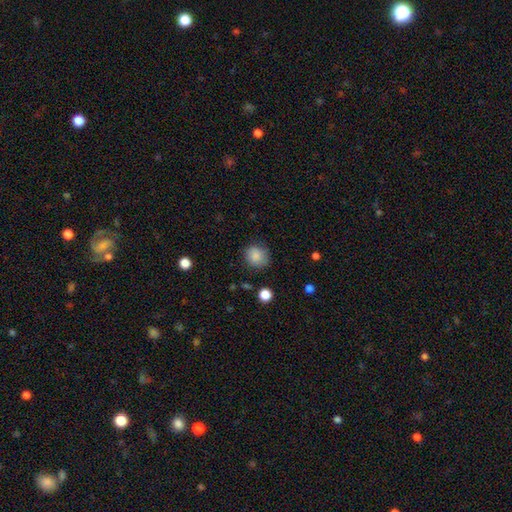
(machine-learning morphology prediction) smooth 86%, star or artifact 9%, featured or disk 5%. Down the decision tree: how rounded — round (79%); merging — none (80%).